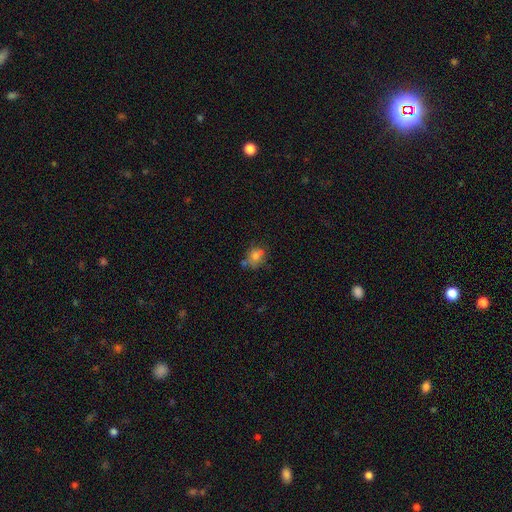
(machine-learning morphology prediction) A smooth galaxy with no disk features (70%) that is round (60%). Merging: none (51%).